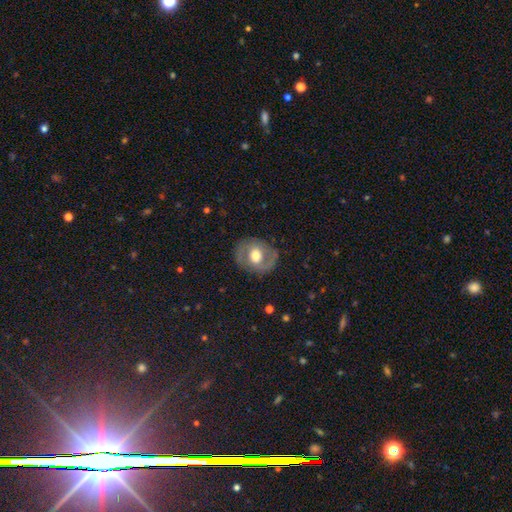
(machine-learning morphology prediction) Q: Smooth or featured?
A: featured or disk (60%); runner-up: smooth (34%)
Q: Edge-on disk?
A: no (96%); runner-up: yes (4%)
Q: Bar?
A: no (56%); runner-up: weak (33%)
Q: Spiral arms?
A: yes (59%); runner-up: no (41%)
Q: Bulge size?
A: moderate (64%); runner-up: large (26%)
Q: Merging?
A: none (80%); runner-up: minor disturbance (13%)